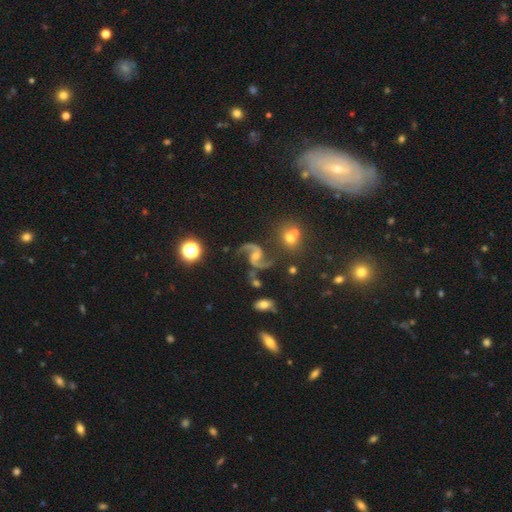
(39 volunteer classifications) smooth_or_featured: featured or disk (p=0.90) [alt: star or artifact p=0.10]
disk_edge_on: no (p=0.97) [alt: yes p=0.03]
bar: no (p=0.53) [alt: weak p=0.47]
has_spiral_arms: yes (p=0.97) [alt: no p=0.03]
spiral_winding: loose (p=0.73) [alt: medium p=0.27]
spiral_arm_count: 2 (p=1.00)
bulge_size: moderate (p=0.50) [alt: small p=0.44]
merging: none (p=0.74) [alt: merger p=0.11]